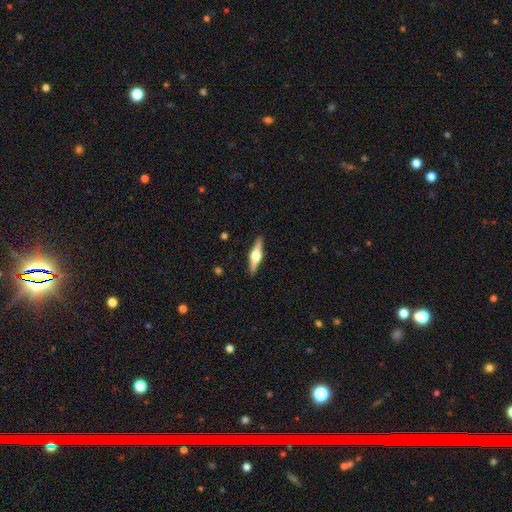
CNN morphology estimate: Overall: featured or disk (68%). Edge-on disk: yes (97%). Edge-on bulge: rounded (95%). Merging: none (91%).